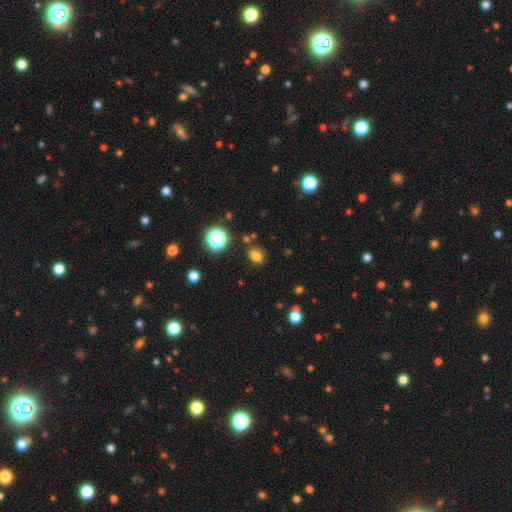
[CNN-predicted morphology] smooth_or_featured: smooth (p=0.77) [alt: star or artifact p=0.17]
how_rounded: in between (p=0.58) [alt: round p=0.41]
merging: none (p=0.83) [alt: minor disturbance p=0.10]